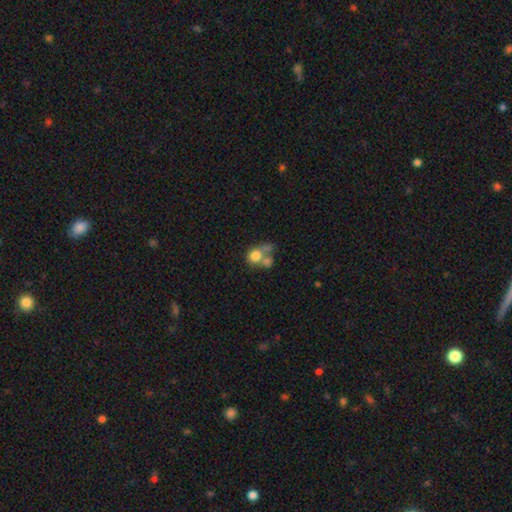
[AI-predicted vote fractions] Smooth or featured? Predicted: smooth (p=0.72). How rounded? Predicted: round (p=0.71). Merging? Predicted: merger (p=0.53).